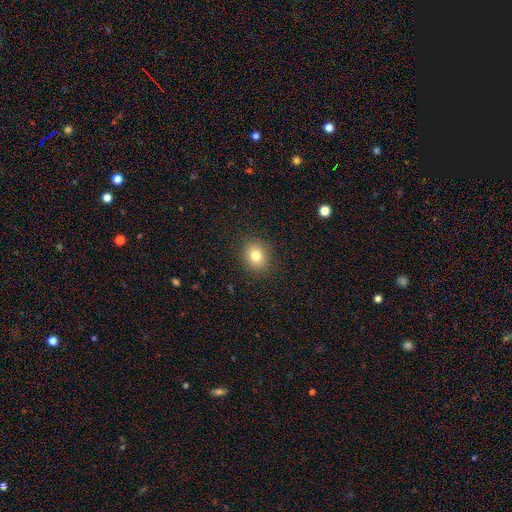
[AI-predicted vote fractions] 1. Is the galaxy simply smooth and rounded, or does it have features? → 79% smooth, 12% star or artifact, 9% featured or disk.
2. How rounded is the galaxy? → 63% round, 36% in between, 1% cigar-shaped.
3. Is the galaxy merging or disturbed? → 89% none, 8% minor disturbance, 3% major disturbance, 1% merger.